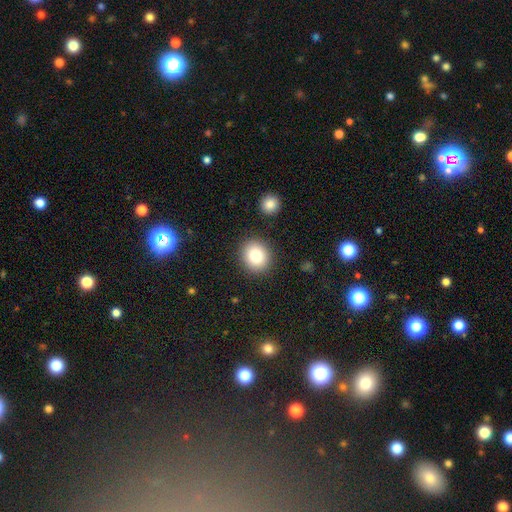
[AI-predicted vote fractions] Smooth or featured? Predicted: smooth (p=0.82). How rounded? Predicted: round (p=0.80). Merging? Predicted: none (p=0.88).